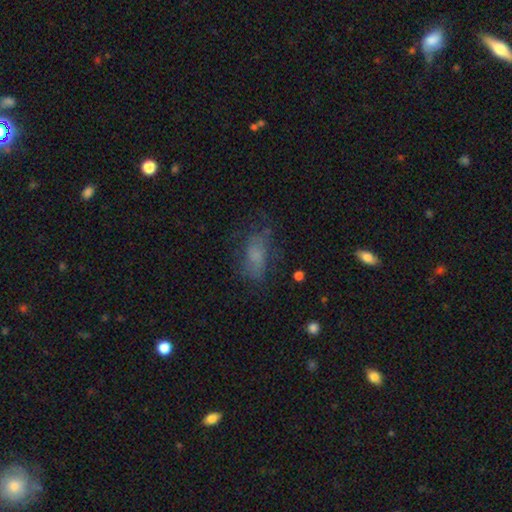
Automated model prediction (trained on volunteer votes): Smooth or featured? Predicted: smooth (p=0.64). How rounded? Predicted: in between (p=0.83). Merging? Predicted: none (p=0.55).